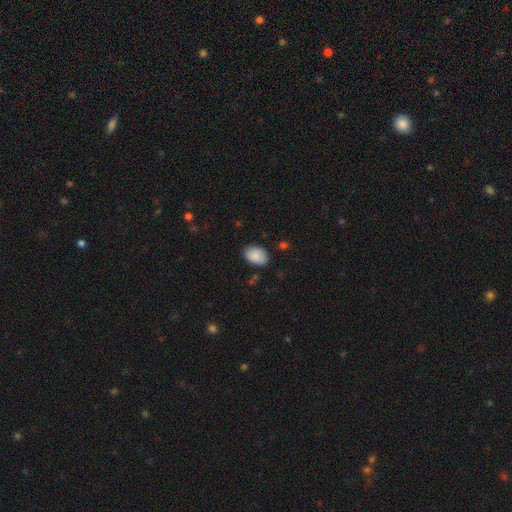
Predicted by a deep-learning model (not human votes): smooth_or_featured: smooth (p=0.89) [alt: star or artifact p=0.07]
how_rounded: in between (p=0.86) [alt: round p=0.13]
merging: none (p=0.82) [alt: minor disturbance p=0.14]